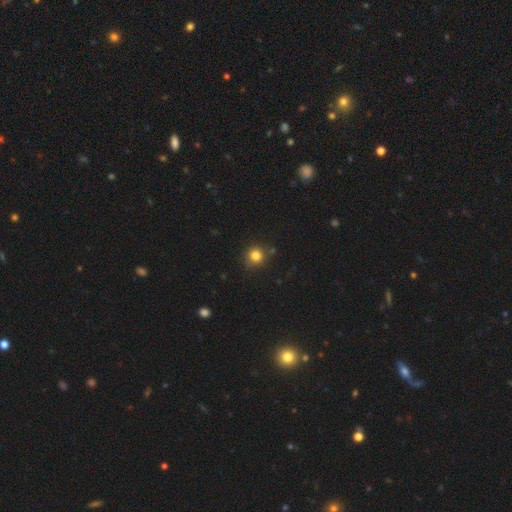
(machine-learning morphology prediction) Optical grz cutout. It shows a smooth galaxy with no disk features (82%) that is round (92%). Merging: none (83%).